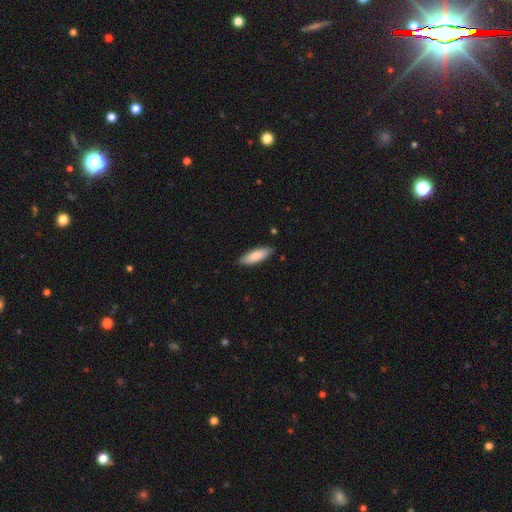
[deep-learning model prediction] Morphology: type=smooth (81%); roundness=in between (52%); merging=none (86%).